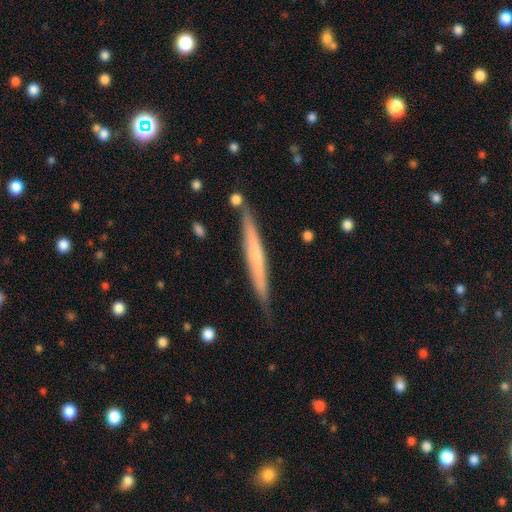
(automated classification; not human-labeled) smooth-or-featured: featured or disk: 51% | smooth: 44% | star or artifact: 6%
  disk-edge-on: yes: 94% | no: 6%
  merging: none: 81% | minor disturbance: 13% | merger: 3% | major disturbance: 2%